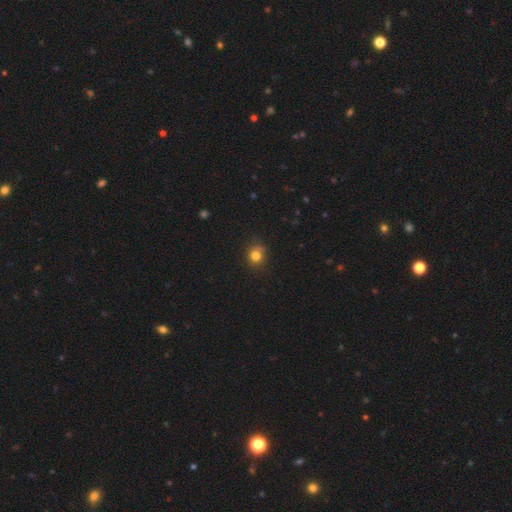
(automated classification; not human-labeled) Overall: smooth (80%). How rounded: round (73%). Merging: none (73%).